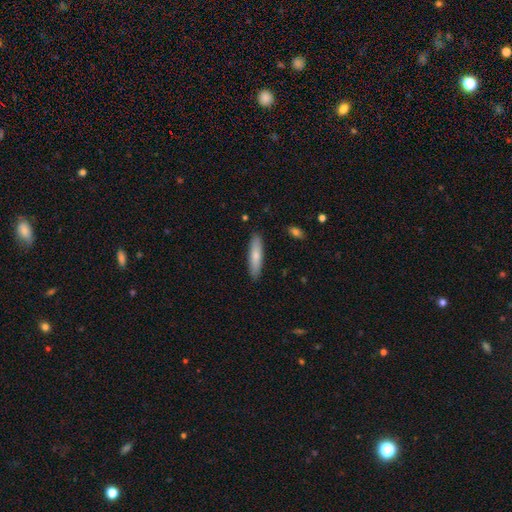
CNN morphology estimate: This is likely a smooth galaxy (74%). How rounded: likely cigar-shaped (79%). Merging: clearly none (88%).